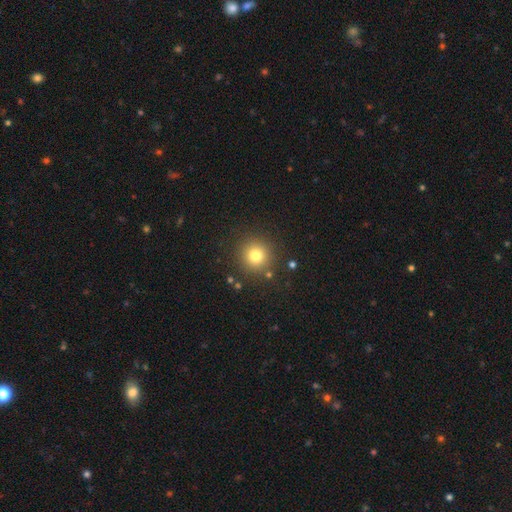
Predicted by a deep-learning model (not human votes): smooth 77%, star or artifact 14%, featured or disk 8%. Down the decision tree: how rounded — round (95%); merging — none (88%).